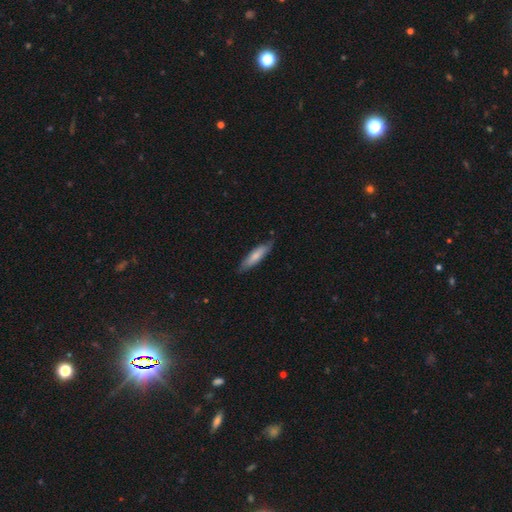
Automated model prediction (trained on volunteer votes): A smooth galaxy with no disk features (73%) that is cigar-shaped (76%). Merging: none (80%).